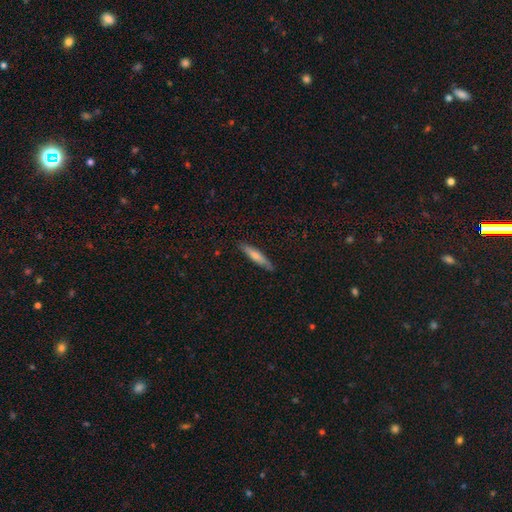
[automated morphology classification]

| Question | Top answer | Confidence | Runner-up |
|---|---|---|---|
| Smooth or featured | smooth | 68% | featured or disk (26%) |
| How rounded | cigar-shaped | 88% | in between (11%) |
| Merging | none | 87% | minor disturbance (10%) |